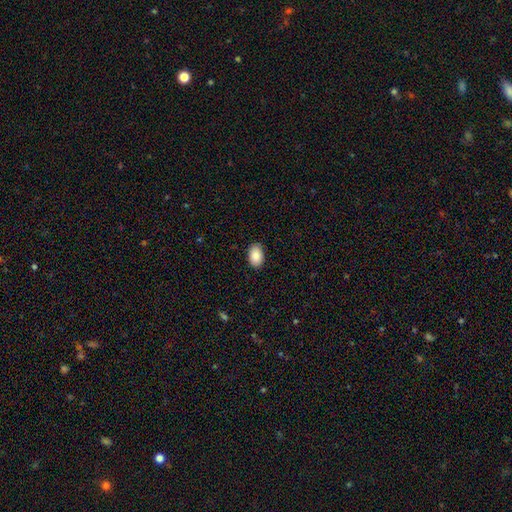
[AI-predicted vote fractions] Smooth or featured?
  - smooth: 89% *
  - star or artifact: 7%
  - featured or disk: 4%
How rounded?
  - in between: 89% *
  - round: 10%
  - cigar-shaped: 1%
Merging?
  - none: 88% *
  - minor disturbance: 9%
  - major disturbance: 2%
  - merger: 1%